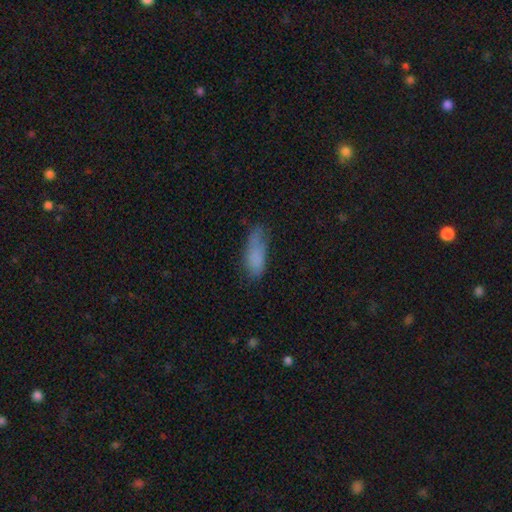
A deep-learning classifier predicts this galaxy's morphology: A smooth galaxy with no disk features (78%) that is in between round and cigar-shaped (66%). Merging: none (52%).